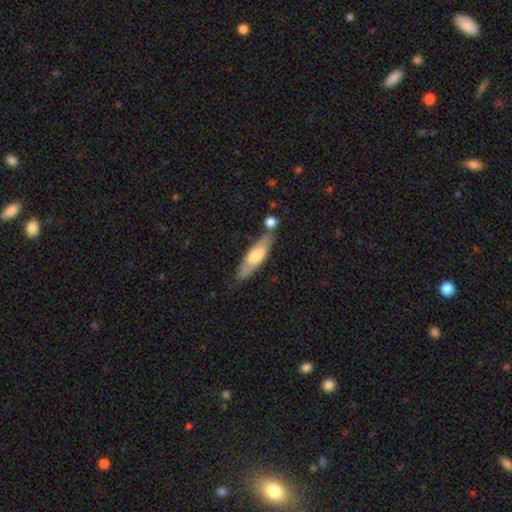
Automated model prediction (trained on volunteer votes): A smooth galaxy with no disk features (54%) that is cigar-shaped (62%).

Vote fractions:
- Smooth or featured? smooth: 54% / featured or disk: 41% / star or artifact: 5%
- How rounded? cigar-shaped: 62% / in between: 37% / round: 2%
- Merging? none: 67% / minor disturbance: 18% / merger: 10% / major disturbance: 5%